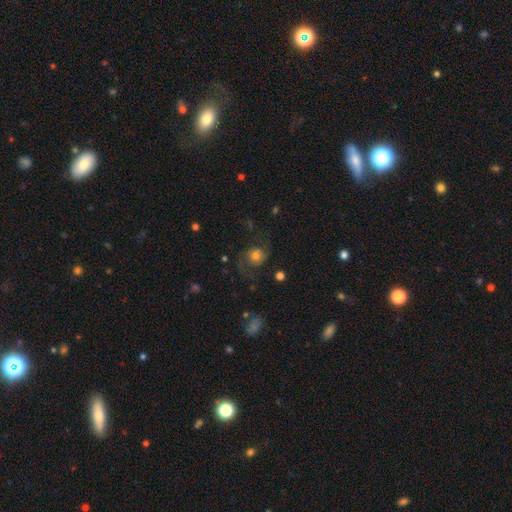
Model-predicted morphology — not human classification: A featured or disk galaxy (52%) with no bar (77%), spiral arms (86%) and a moderate central bulge (57%). Merging: none (61%).